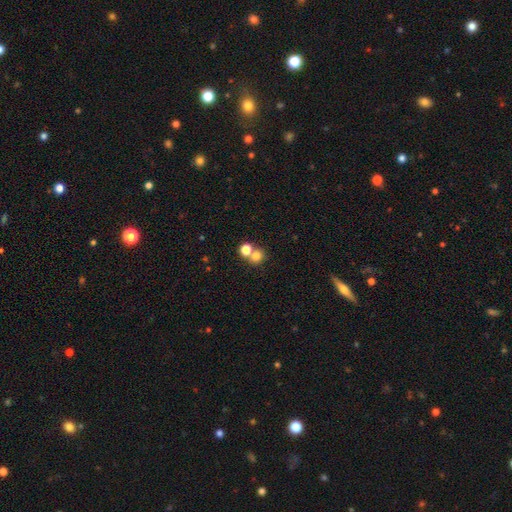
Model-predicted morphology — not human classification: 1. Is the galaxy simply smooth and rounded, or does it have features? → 76% smooth, 15% star or artifact, 9% featured or disk.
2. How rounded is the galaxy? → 78% round, 21% in between, 1% cigar-shaped.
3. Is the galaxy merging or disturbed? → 52% none, 38% merger, 7% minor disturbance, 3% major disturbance.